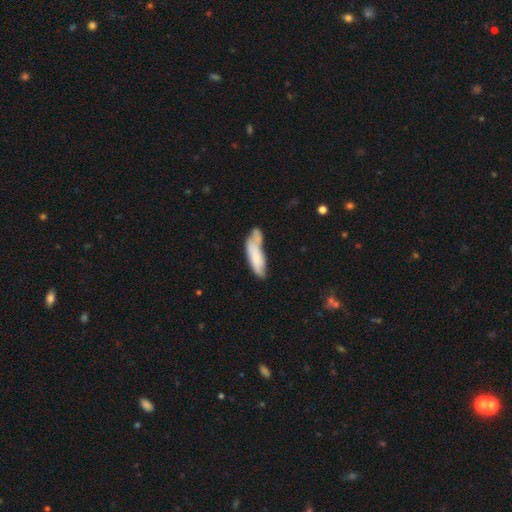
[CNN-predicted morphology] This appears to be a smooth galaxy with no disk features (70%) that is cigar-shaped (52%). Merging: none (36%).